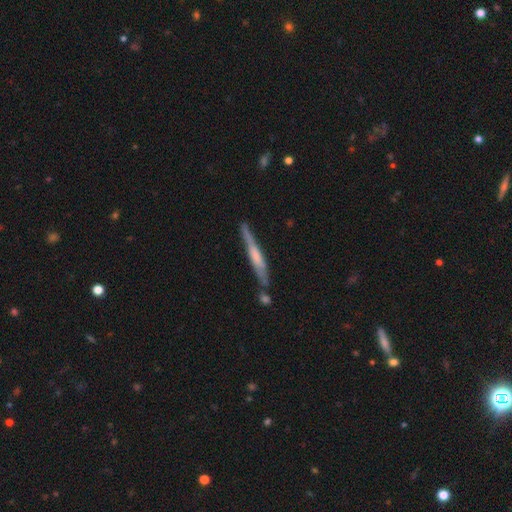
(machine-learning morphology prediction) Smooth or featured? Predicted: featured or disk (p=0.58). Edge-on disk? Predicted: yes (p=0.93). Edge-on bulge? Predicted: none (p=0.43). Merging? Predicted: none (p=0.67).